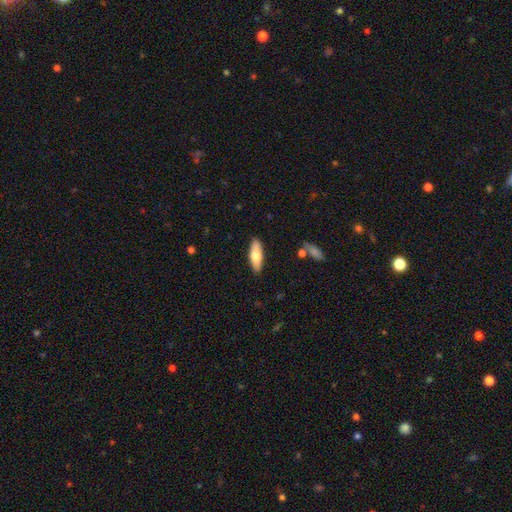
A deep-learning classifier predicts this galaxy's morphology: Smooth or featured? Predicted: smooth (p=0.67). How rounded? Predicted: in between (p=0.56). Merging? Predicted: none (p=0.87).